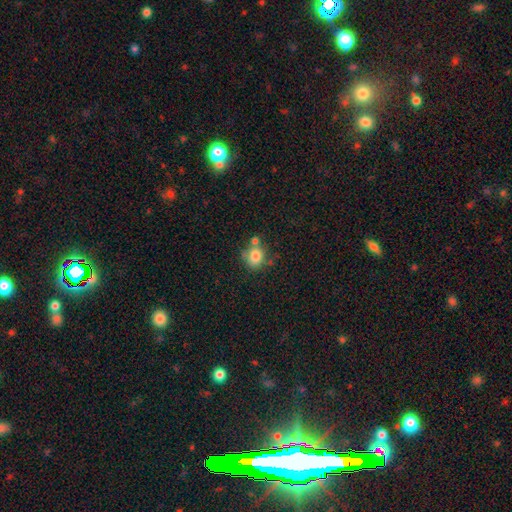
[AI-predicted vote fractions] Smooth or featured? Predicted: smooth (p=0.80). How rounded? Predicted: round (p=0.74). Merging? Predicted: none (p=0.58).